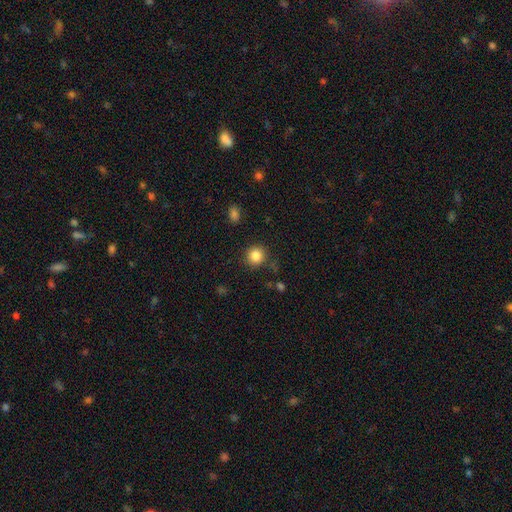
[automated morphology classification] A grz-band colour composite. It shows a smooth galaxy with no disk features (85%) that is round (92%). Merging: none (86%).